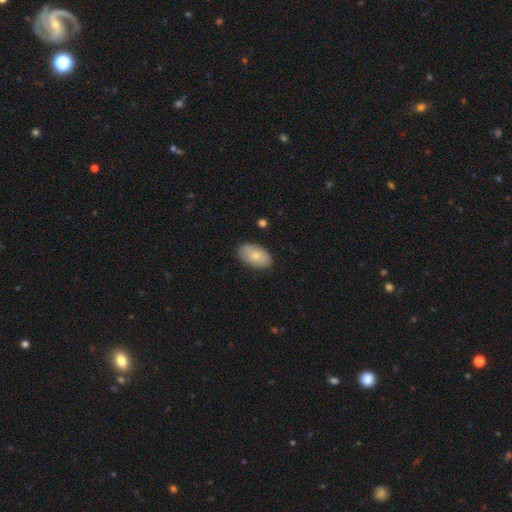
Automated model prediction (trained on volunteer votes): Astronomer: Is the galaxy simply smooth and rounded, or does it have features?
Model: smooth — 76%.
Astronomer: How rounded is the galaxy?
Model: in between — 93%.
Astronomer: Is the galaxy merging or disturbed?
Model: none — 85%.